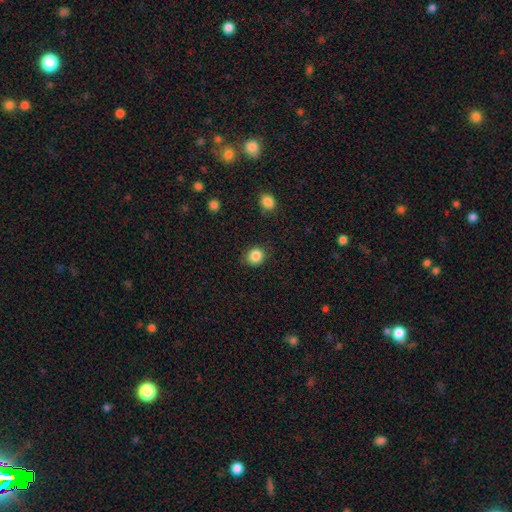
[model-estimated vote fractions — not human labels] Smooth or featured? Predicted: smooth (p=0.86). How rounded? Predicted: round (p=0.81). Merging? Predicted: none (p=0.85).